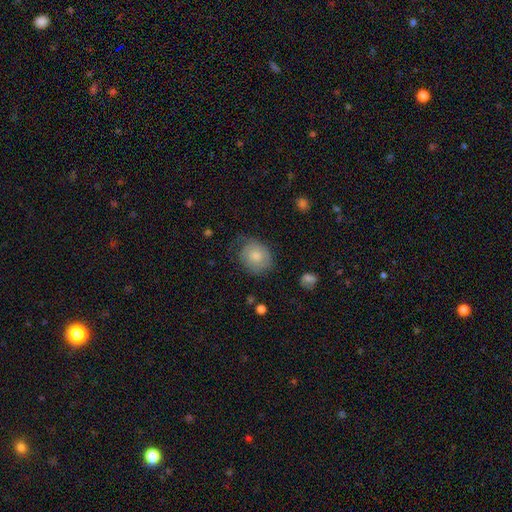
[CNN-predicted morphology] Smooth or featured? Predicted: smooth (p=0.64). How rounded? Predicted: round (p=0.63). Merging? Predicted: none (p=0.59).